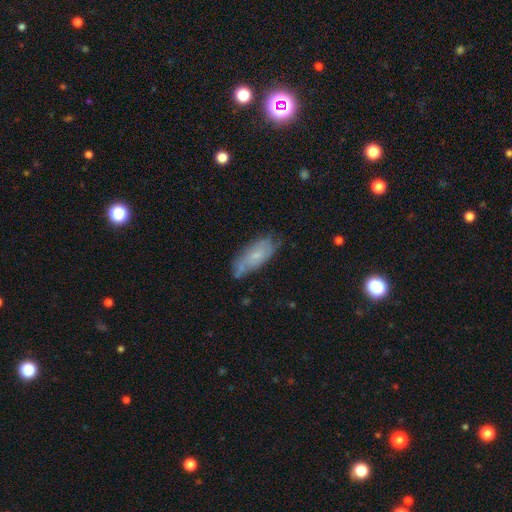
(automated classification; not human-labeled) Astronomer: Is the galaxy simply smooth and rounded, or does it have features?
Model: smooth — 49% (runner-up: featured or disk, 43%).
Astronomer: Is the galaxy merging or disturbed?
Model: none — 61%.